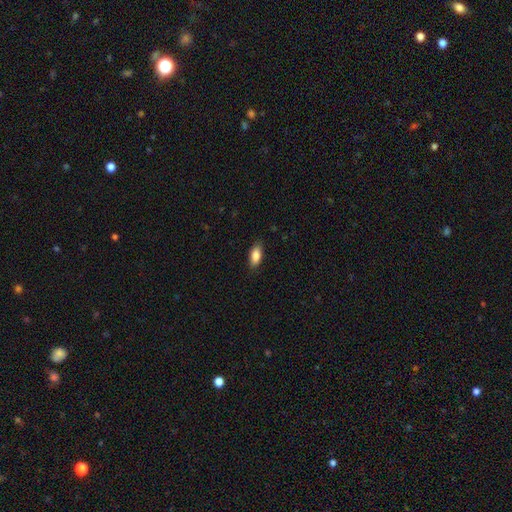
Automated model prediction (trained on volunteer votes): Q: Smooth or featured?
A: smooth (85%); runner-up: featured or disk (8%)
Q: How rounded?
A: in between (85%); runner-up: cigar-shaped (13%)
Q: Merging?
A: none (85%); runner-up: minor disturbance (11%)